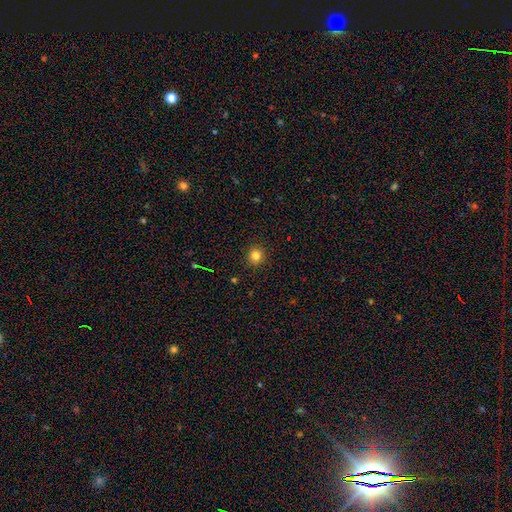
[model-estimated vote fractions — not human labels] smooth 82%, star or artifact 13%, featured or disk 5%. Down the decision tree: how rounded — round (92%); merging — none (92%).